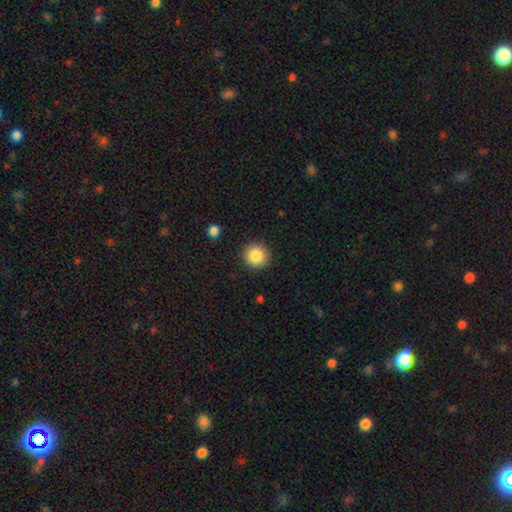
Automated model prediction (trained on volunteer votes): Q: Smooth or featured?
A: smooth (86%); runner-up: star or artifact (9%)
Q: How rounded?
A: round (93%); runner-up: in between (6%)
Q: Merging?
A: none (91%); runner-up: minor disturbance (6%)